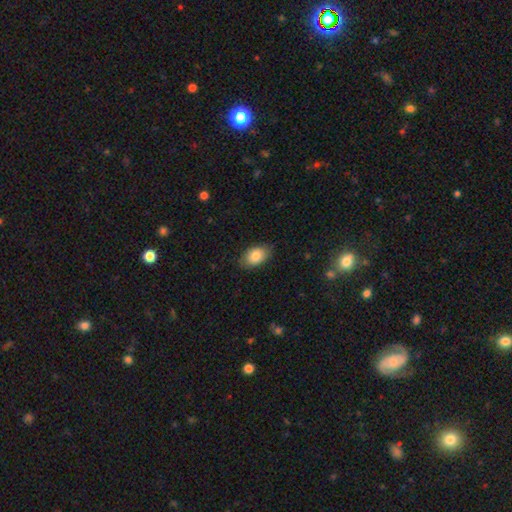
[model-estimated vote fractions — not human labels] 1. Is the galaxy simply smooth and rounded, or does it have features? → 84% smooth, 9% featured or disk, 7% star or artifact.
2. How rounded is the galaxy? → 89% in between, 10% round, 1% cigar-shaped.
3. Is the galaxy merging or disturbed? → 82% none, 14% minor disturbance, 3% major disturbance, 1% merger.